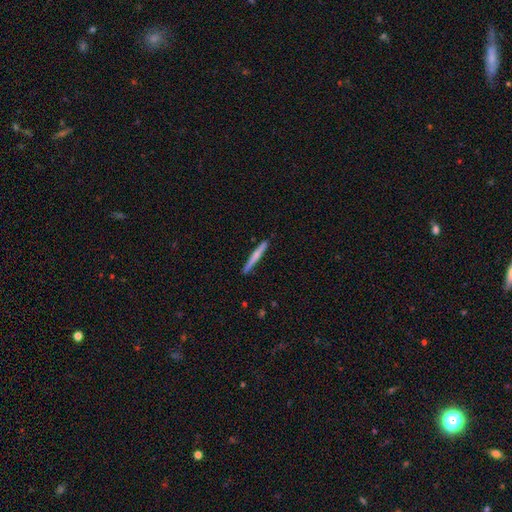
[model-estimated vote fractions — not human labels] Smooth or featured: smooth — 55% (featured or disk — 39%)
How rounded: cigar-shaped — 96% (in between — 2%)
Merging: none — 89% (minor disturbance — 8%)